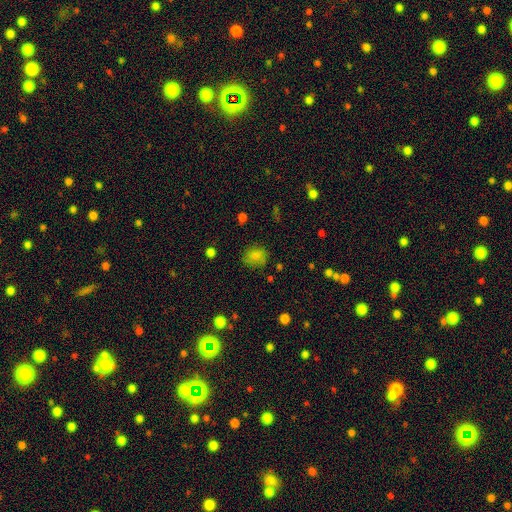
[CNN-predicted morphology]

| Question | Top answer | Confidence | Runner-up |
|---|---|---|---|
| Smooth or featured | smooth | 81% | star or artifact (12%) |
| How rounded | round | 63% | in between (36%) |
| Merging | none | 75% | minor disturbance (17%) |